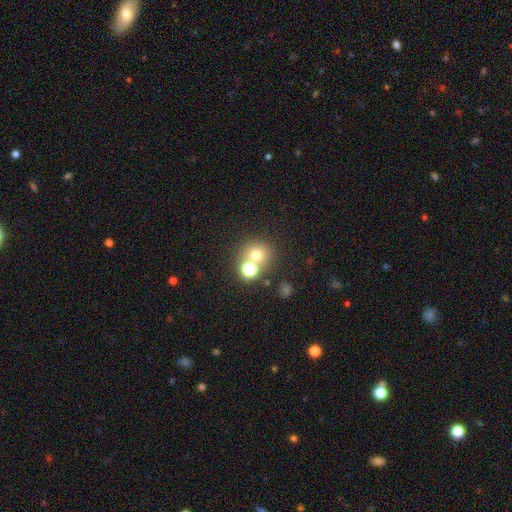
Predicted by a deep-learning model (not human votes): smooth-or-featured: smooth: 68% | star or artifact: 20% | featured or disk: 11%
  how-rounded: round: 87% | in between: 12% | cigar-shaped: 1%
  merging: none: 57% | merger: 33% | minor disturbance: 7% | major disturbance: 3%